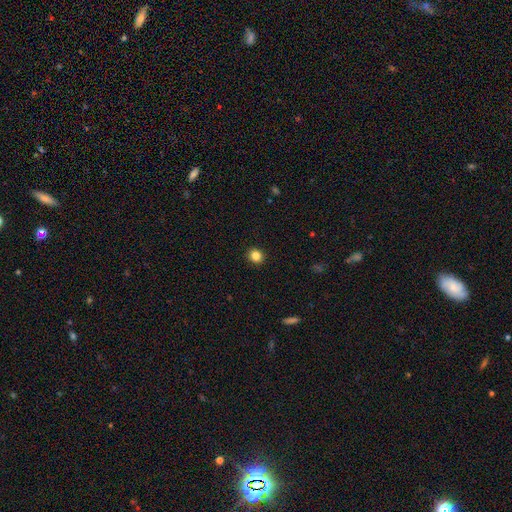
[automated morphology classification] smooth 84%, star or artifact 11%, featured or disk 5%. Down the decision tree: how rounded — round (86%); merging — none (92%).